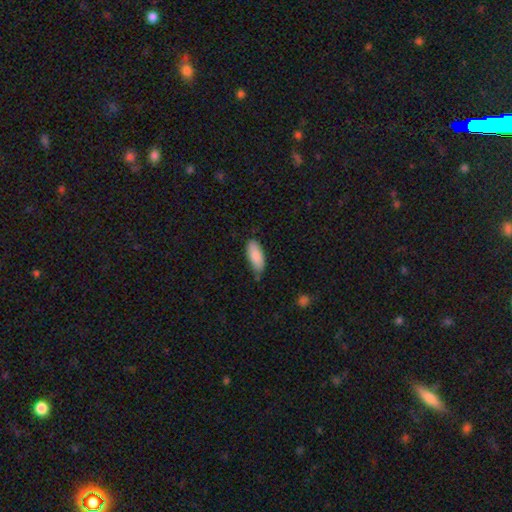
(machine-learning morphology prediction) Smooth or featured: smooth — 87% (featured or disk — 7%)
How rounded: in between — 79% (cigar-shaped — 19%)
Merging: none — 69% (minor disturbance — 25%)